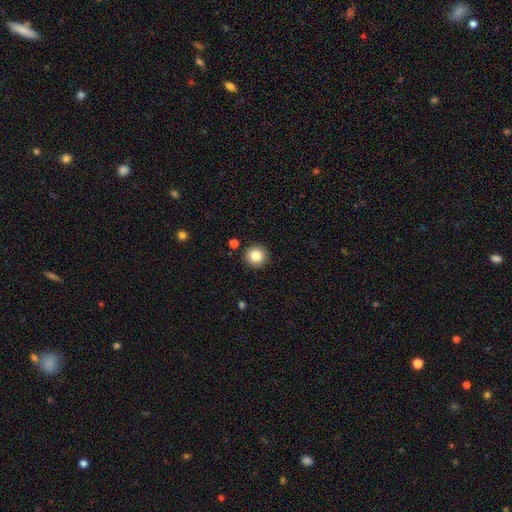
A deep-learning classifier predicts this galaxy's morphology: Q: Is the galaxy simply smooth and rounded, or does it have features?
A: smooth — 84%.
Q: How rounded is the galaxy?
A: round — 95%.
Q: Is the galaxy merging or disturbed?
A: none — 91%.